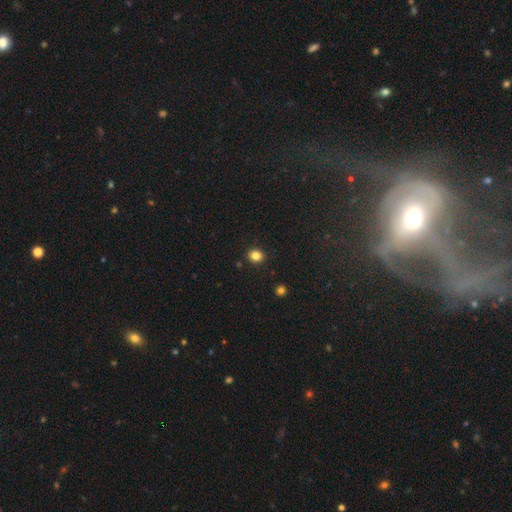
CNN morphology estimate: smooth-or-featured: smooth: 83% | star or artifact: 12% | featured or disk: 5%
  how-rounded: round: 76% | in between: 23% | cigar-shaped: 1%
  merging: none: 91% | minor disturbance: 6% | major disturbance: 2% | merger: 1%